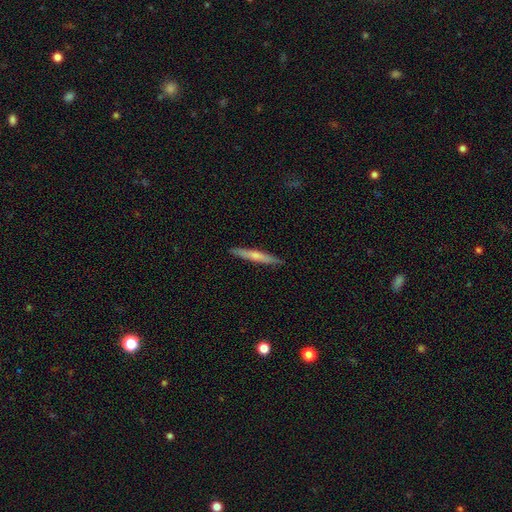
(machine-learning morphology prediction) smooth_or_featured: smooth (p=0.54) [alt: featured or disk p=0.41]
how_rounded: cigar-shaped (p=0.95) [alt: in between p=0.04]
merging: none (p=0.90) [alt: minor disturbance p=0.07]